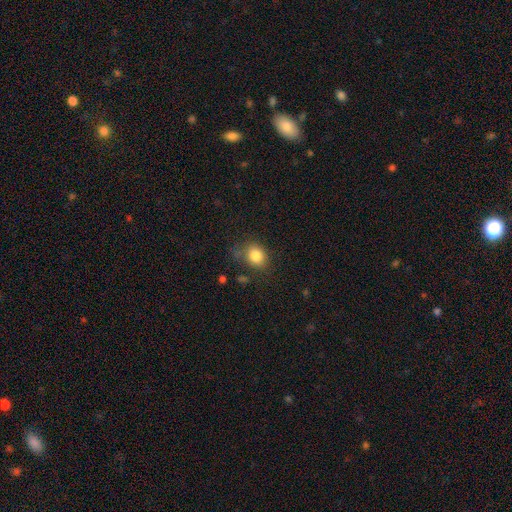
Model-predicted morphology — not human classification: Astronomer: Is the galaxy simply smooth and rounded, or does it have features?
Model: smooth — 83%.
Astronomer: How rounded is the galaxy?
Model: round — 60% (runner-up: in between, 39%).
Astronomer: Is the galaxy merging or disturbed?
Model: none — 69%.